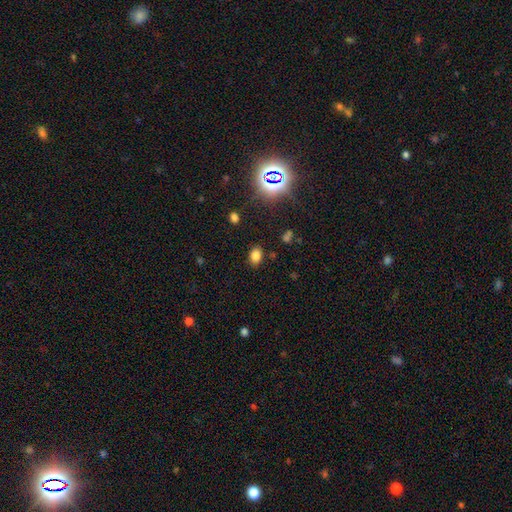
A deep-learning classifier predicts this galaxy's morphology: A smooth galaxy with no disk features (79%) that is in between round and cigar-shaped (73%).

Vote fractions:
- Smooth or featured? smooth: 79% / star or artifact: 17% / featured or disk: 5%
- How rounded? in between: 73% / round: 26% / cigar-shaped: 1%
- Merging? none: 85% / minor disturbance: 10% / major disturbance: 3% / merger: 2%